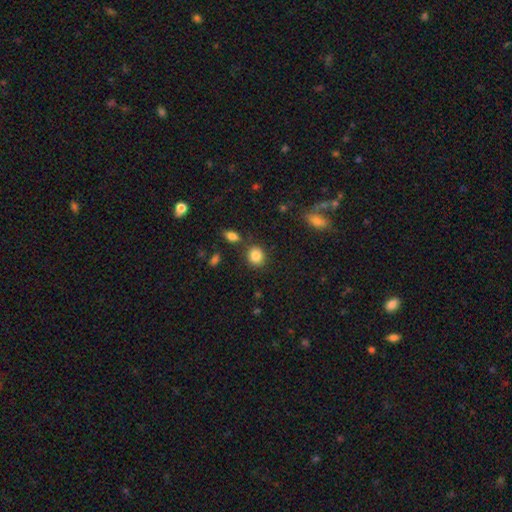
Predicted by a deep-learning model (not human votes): Smooth or featured: smooth — 86% (star or artifact — 9%)
How rounded: round — 72% (in between — 27%)
Merging: none — 80% (minor disturbance — 10%)